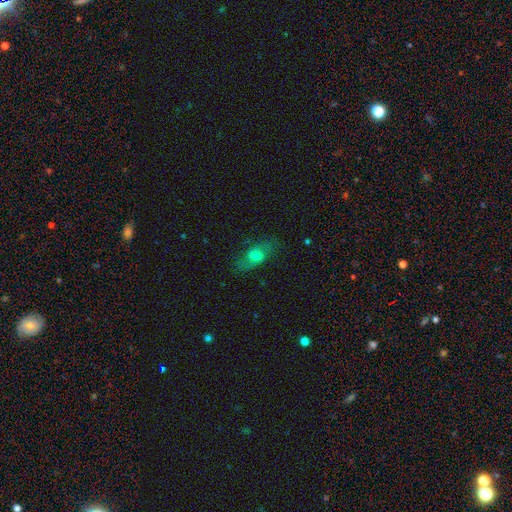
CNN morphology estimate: Smooth or featured? Predicted: smooth (p=0.49). Merging? Predicted: none (p=0.72).